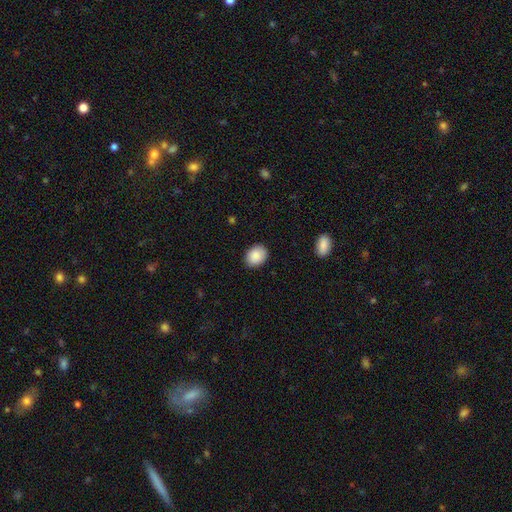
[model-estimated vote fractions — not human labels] Smooth or featured: smooth — 89% (star or artifact — 7%)
How rounded: in between — 59% (round — 40%)
Merging: none — 88% (minor disturbance — 9%)